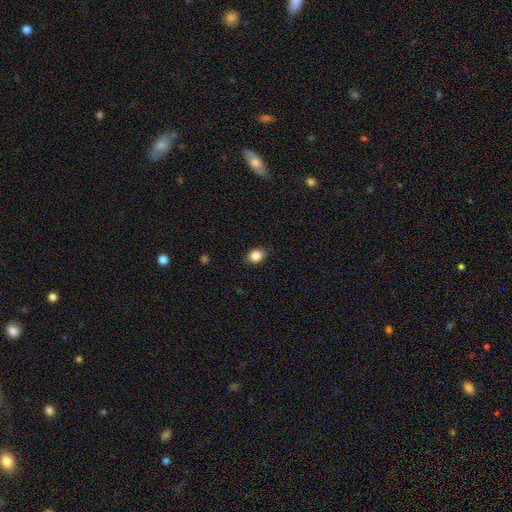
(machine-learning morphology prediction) Smooth or featured: smooth — 86% (star or artifact — 9%)
How rounded: in between — 74% (round — 24%)
Merging: none — 85% (minor disturbance — 12%)